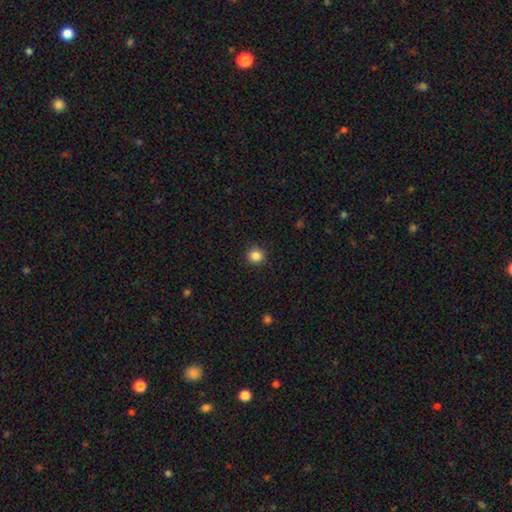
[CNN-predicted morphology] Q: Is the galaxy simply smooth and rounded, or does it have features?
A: smooth — 85%.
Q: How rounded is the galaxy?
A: round — 92%.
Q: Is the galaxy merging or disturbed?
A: none — 91%.